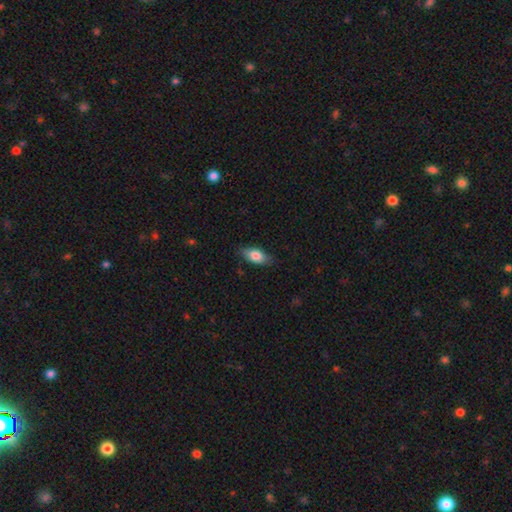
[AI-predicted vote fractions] This is likely a smooth galaxy (79%). How rounded: clearly in between (86%). Merging: clearly none (81%).